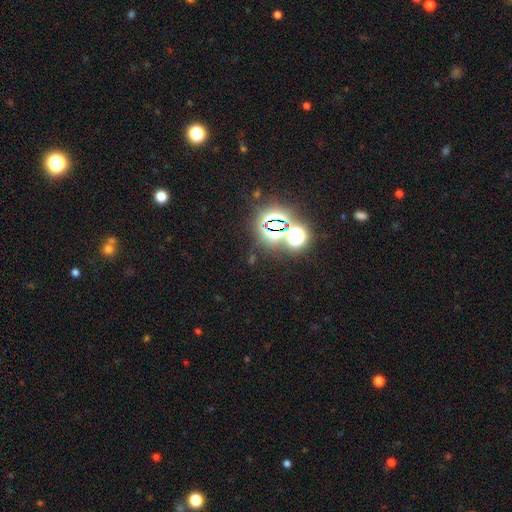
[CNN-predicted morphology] This is likely a star or artifact rather than a galaxy (78%).